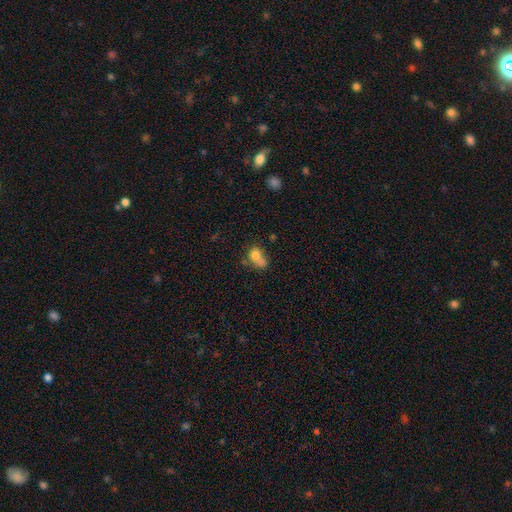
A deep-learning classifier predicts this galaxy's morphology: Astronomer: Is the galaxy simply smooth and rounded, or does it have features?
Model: smooth — 72%.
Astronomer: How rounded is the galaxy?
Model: round — 56% (runner-up: in between, 43%).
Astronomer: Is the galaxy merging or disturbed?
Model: merger — 46% (runner-up: none, 29%).